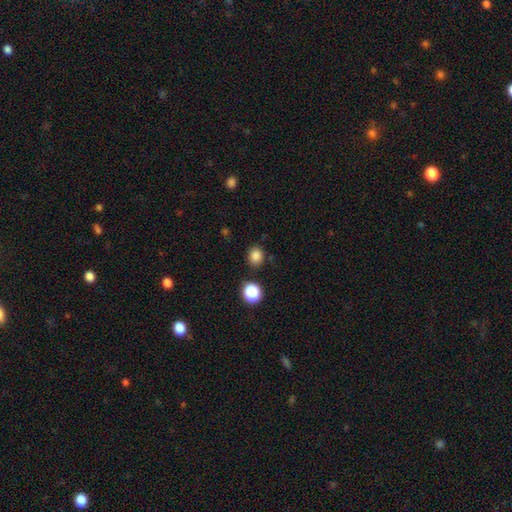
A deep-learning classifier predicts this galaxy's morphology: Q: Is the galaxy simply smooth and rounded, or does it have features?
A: smooth — 83%.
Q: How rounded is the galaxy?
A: round — 70%.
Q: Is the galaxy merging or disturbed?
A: none — 84%.